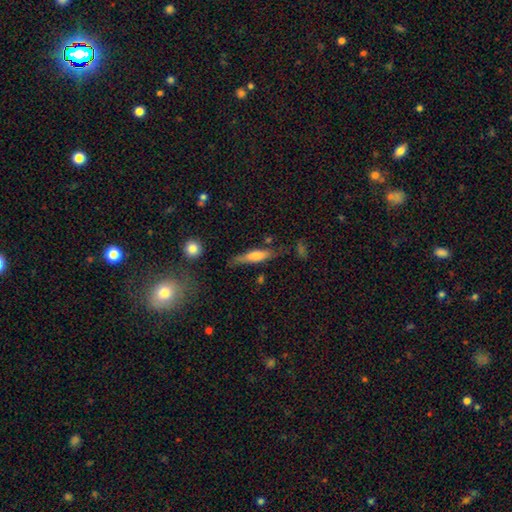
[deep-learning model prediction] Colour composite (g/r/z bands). It shows a smooth galaxy with no disk features (62%) that is cigar-shaped (75%). Merging: none (66%).